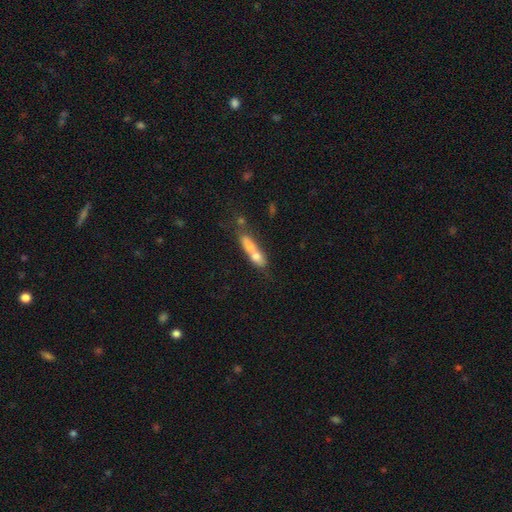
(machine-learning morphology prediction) Smooth or featured: smooth — 57% (featured or disk — 33%)
How rounded: cigar-shaped — 50% (in between — 41%)
Merging: merger — 59% (none — 23%)